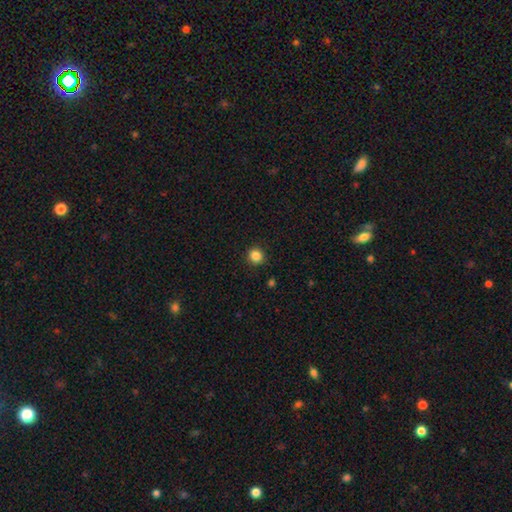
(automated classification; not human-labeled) Smooth or featured?
  - smooth: 85% *
  - star or artifact: 11%
  - featured or disk: 4%
How rounded?
  - round: 93% *
  - in between: 6%
  - cigar-shaped: 1%
Merging?
  - none: 91% *
  - minor disturbance: 6%
  - major disturbance: 2%
  - merger: 1%